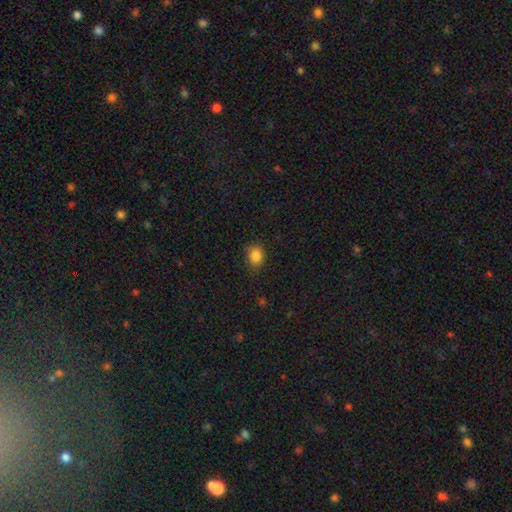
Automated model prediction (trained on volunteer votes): Q: Smooth or featured?
A: smooth (85%); runner-up: star or artifact (11%)
Q: How rounded?
A: in between (50%); runner-up: round (49%)
Q: Merging?
A: none (78%); runner-up: minor disturbance (17%)